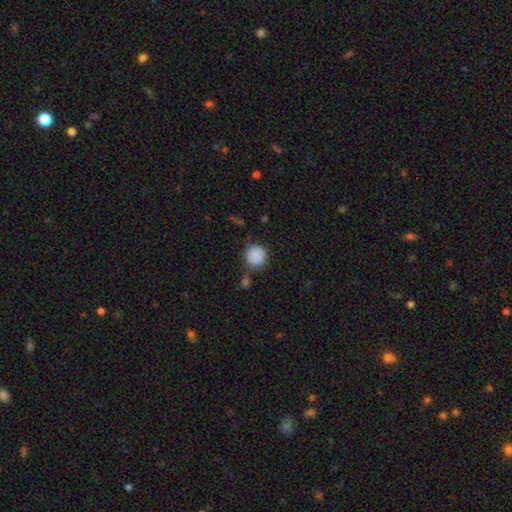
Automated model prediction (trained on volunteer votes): A smooth galaxy with no disk features (87%) that is round (91%).

Vote fractions:
- Smooth or featured? smooth: 87% / star or artifact: 8% / featured or disk: 5%
- How rounded? round: 91% / in between: 8% / cigar-shaped: 1%
- Merging? none: 72% / minor disturbance: 16% / merger: 8% / major disturbance: 5%